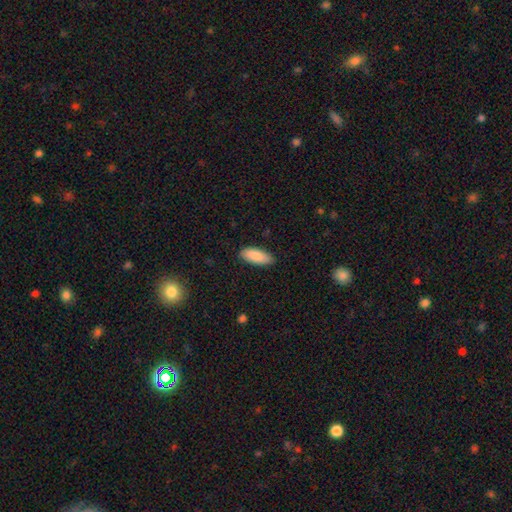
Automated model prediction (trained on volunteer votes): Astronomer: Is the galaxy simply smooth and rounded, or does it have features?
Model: smooth — 89%.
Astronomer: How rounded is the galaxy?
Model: in between — 80%.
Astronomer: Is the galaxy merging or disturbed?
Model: none — 86%.